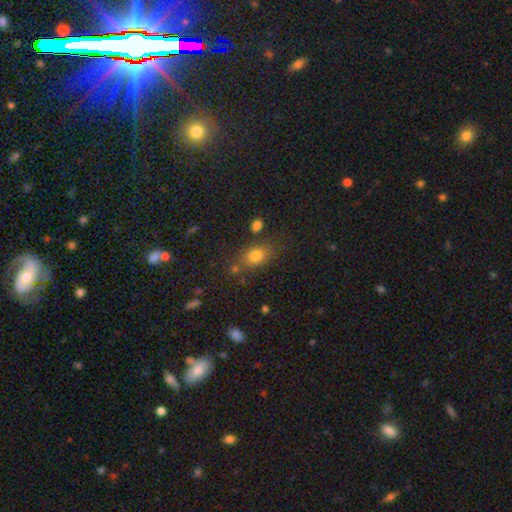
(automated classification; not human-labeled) Smooth or featured?
  - smooth: 78% *
  - star or artifact: 12%
  - featured or disk: 10%
How rounded?
  - in between: 72% *
  - round: 24%
  - cigar-shaped: 4%
Merging?
  - none: 70% *
  - minor disturbance: 16%
  - merger: 8%
  - major disturbance: 6%